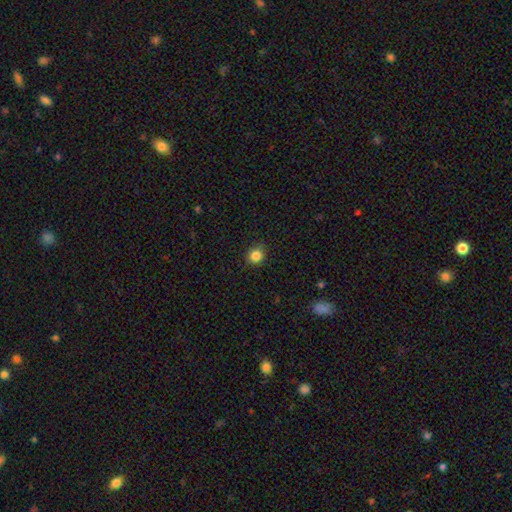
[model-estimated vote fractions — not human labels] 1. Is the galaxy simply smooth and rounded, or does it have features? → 84% smooth, 11% star or artifact, 4% featured or disk.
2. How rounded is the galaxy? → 83% round, 16% in between, 1% cigar-shaped.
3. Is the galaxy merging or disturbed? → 87% none, 9% minor disturbance, 2% major disturbance, 1% merger.